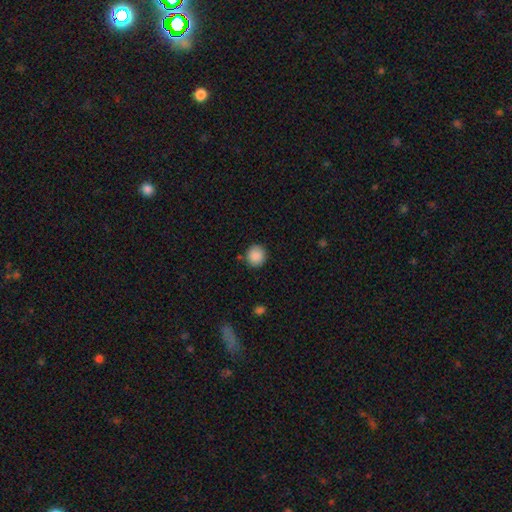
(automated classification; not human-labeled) Overall: smooth (89%). How rounded: round (88%). Merging: none (86%).